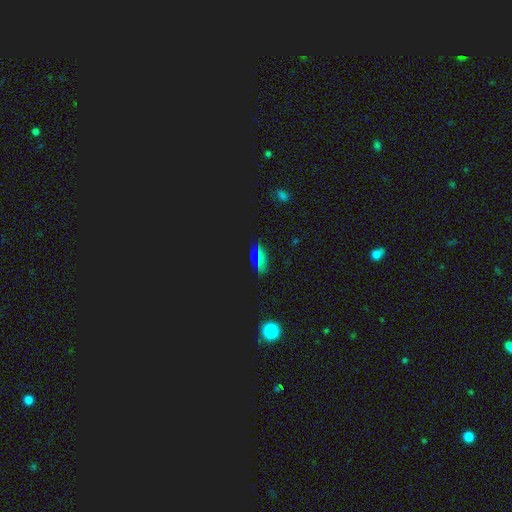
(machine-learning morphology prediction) Q: Smooth or featured?
A: star or artifact (51%); runner-up: smooth (38%)